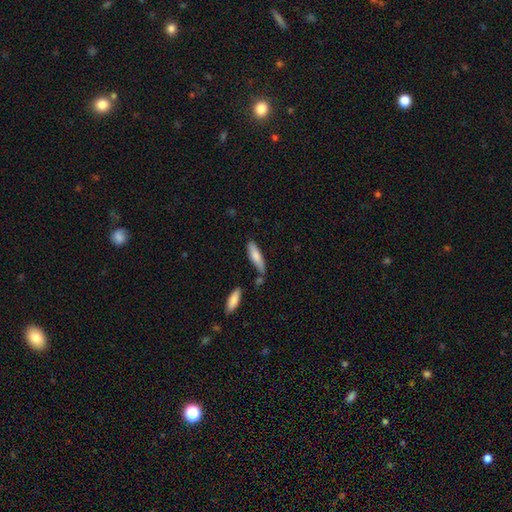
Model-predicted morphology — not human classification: smooth_or_featured: smooth (p=0.78) [alt: featured or disk p=0.16]
how_rounded: cigar-shaped (p=0.62) [alt: in between p=0.37]
merging: none (p=0.68) [alt: minor disturbance p=0.19]